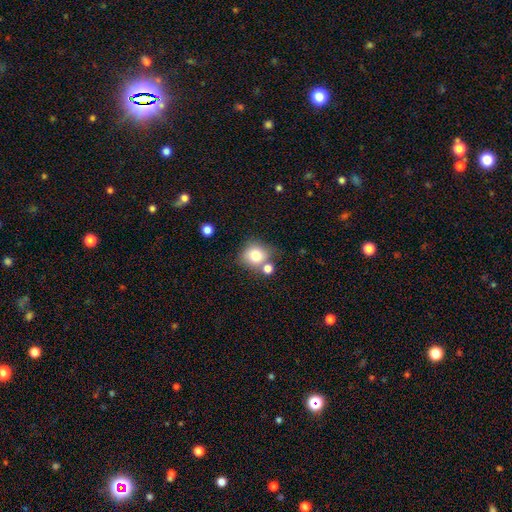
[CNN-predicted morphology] Overall: smooth (78%). How rounded: round (78%). Merging: none (59%; merger 22%).